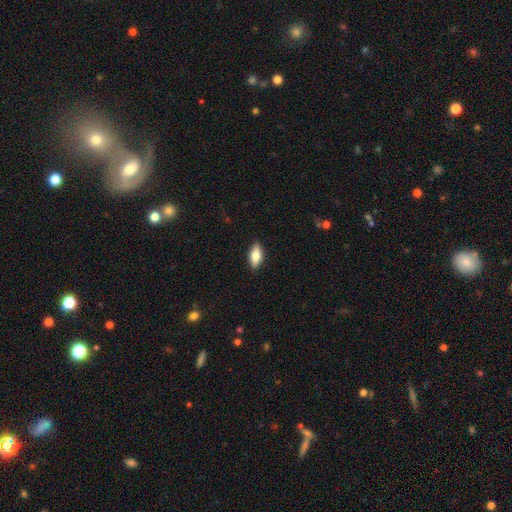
Smooth or featured? smooth (63%)
How rounded? in between (62%)
Merging? none (88%)